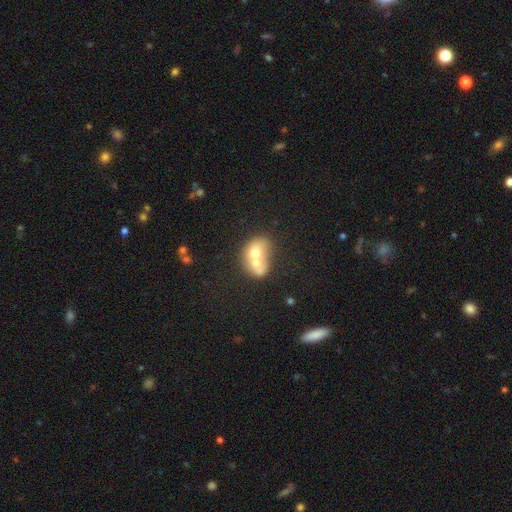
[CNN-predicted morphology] The model was most divided on "how rounded": in between: 56%, round: 43%, cigar-shaped: 1%. More confident: merging — merger (76%); smooth or featured — smooth (59%).